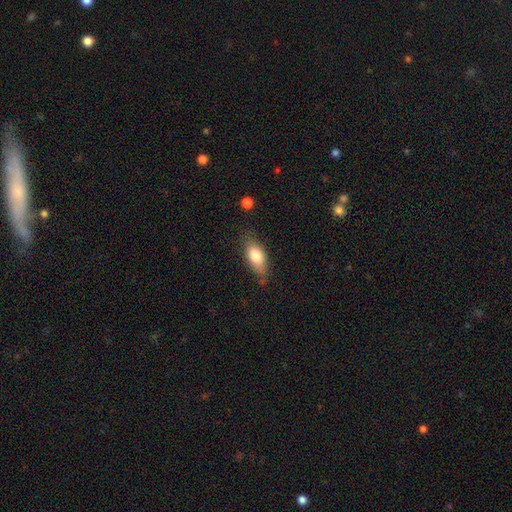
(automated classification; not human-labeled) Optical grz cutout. It shows a smooth galaxy with no disk features (77%) that is in between round and cigar-shaped (82%). Merging: none (68%).